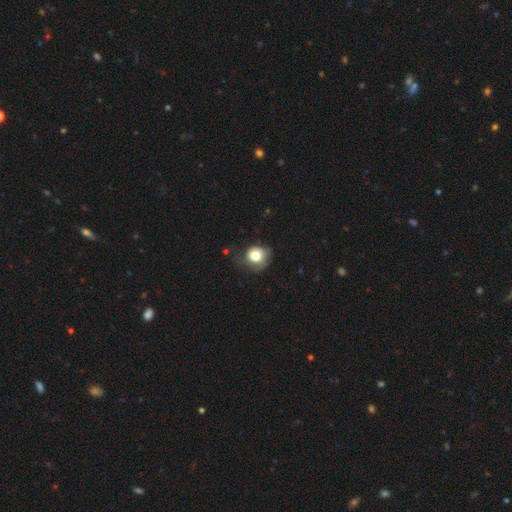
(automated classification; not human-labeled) A smooth galaxy with no disk features (76%) that is round (76%). Merging: none (50%).